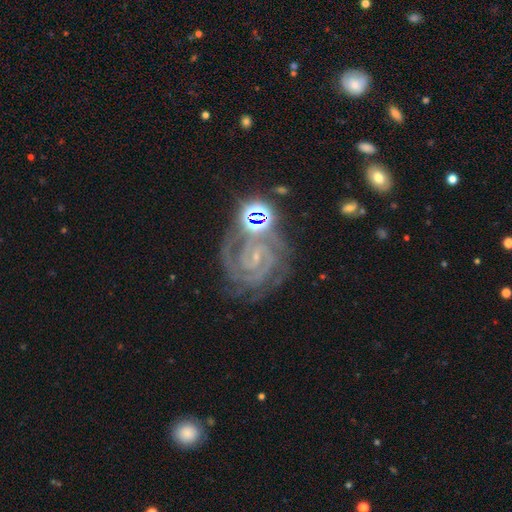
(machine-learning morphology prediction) Smooth or featured? Predicted: featured or disk (p=0.87). Edge-on disk? Predicted: no (p=0.98). Bar? Predicted: no (p=0.44). Spiral arms? Predicted: yes (p=0.98). Spiral winding? Predicted: tight (p=0.73). Spiral arm count? Predicted: 2 (p=0.40). Bulge size? Predicted: small (p=0.80). Merging? Predicted: none (p=0.67).